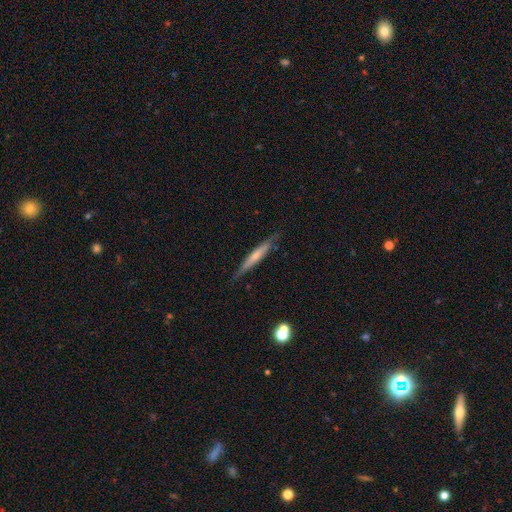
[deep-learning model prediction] Smooth or featured? Predicted: featured or disk (p=0.49). Merging? Predicted: none (p=0.84).